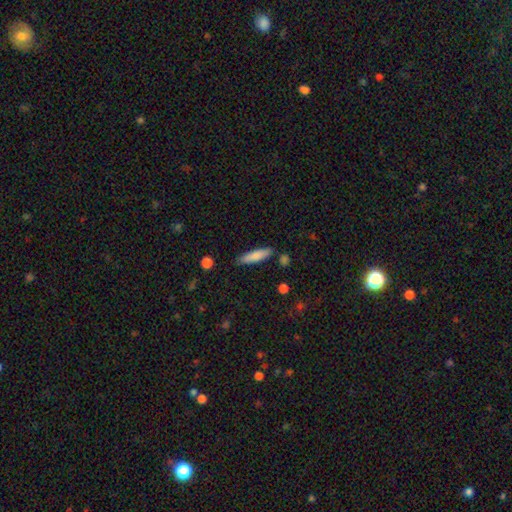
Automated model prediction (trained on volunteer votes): Smooth or featured? smooth (82%)
How rounded? cigar-shaped (79%)
Merging? none (84%)